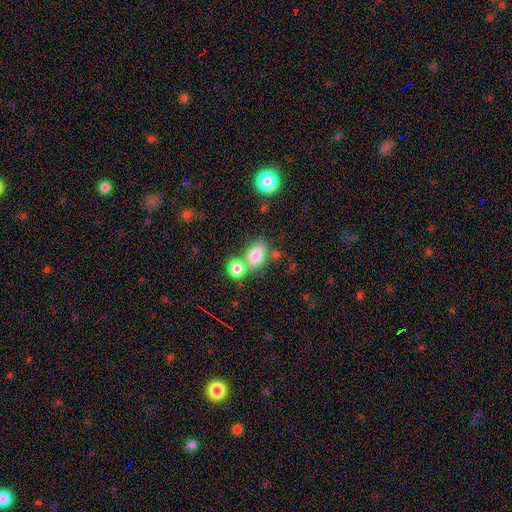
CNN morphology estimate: Overall: smooth (79%). How rounded: in between (79%). Merging: none (42%; merger 41%).